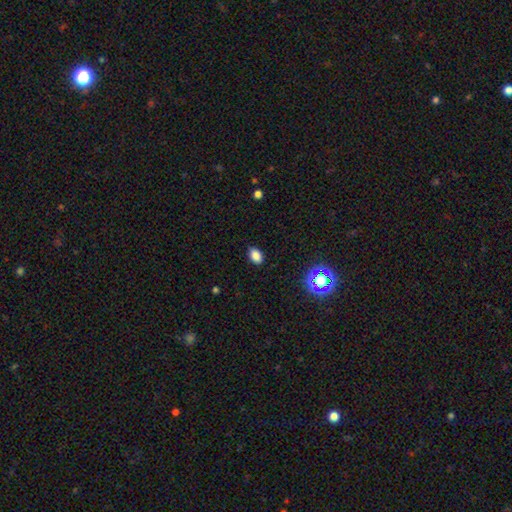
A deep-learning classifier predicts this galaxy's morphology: Smooth or featured?
  - smooth: 82% *
  - star or artifact: 13%
  - featured or disk: 5%
How rounded?
  - in between: 86% *
  - round: 13%
  - cigar-shaped: 1%
Merging?
  - none: 86% *
  - minor disturbance: 10%
  - major disturbance: 2%
  - merger: 1%